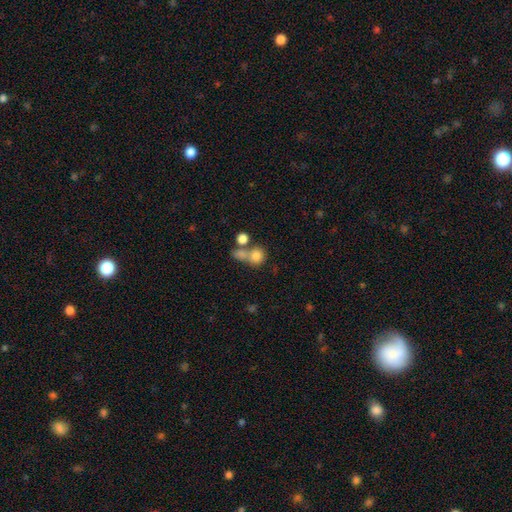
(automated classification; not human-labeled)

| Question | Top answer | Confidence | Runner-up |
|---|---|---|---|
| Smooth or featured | smooth | 77% | star or artifact (12%) |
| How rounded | round | 80% | in between (19%) |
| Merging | merger | 44% | none (40%) |